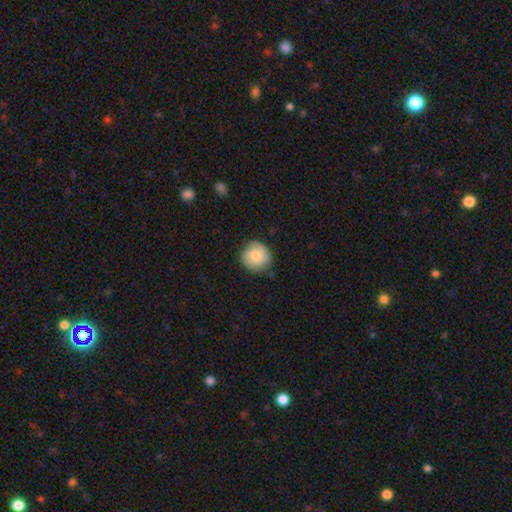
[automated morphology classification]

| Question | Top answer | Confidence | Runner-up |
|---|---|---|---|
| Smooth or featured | smooth | 75% | featured or disk (18%) |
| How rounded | round | 91% | in between (8%) |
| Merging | none | 82% | minor disturbance (14%) |